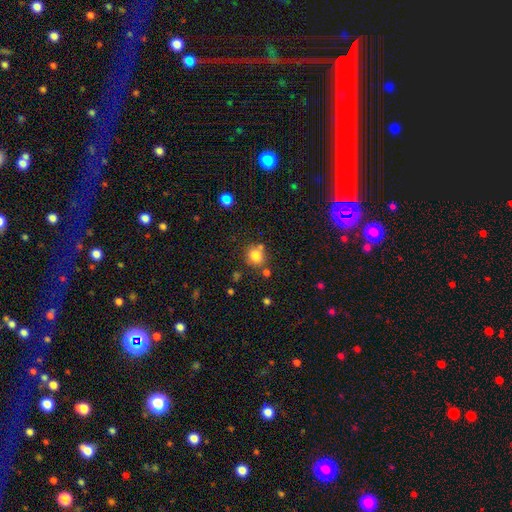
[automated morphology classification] Overall: smooth (80%). How rounded: round (85%). Merging: none (68%).